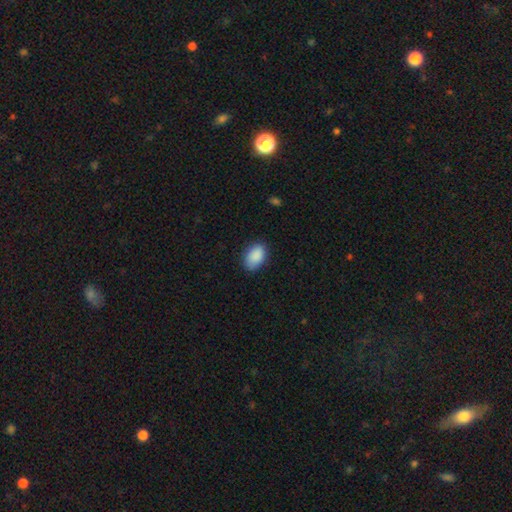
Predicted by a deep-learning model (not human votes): Smooth or featured: smooth — 90% (star or artifact — 7%)
How rounded: in between — 89% (round — 9%)
Merging: none — 82% (minor disturbance — 14%)